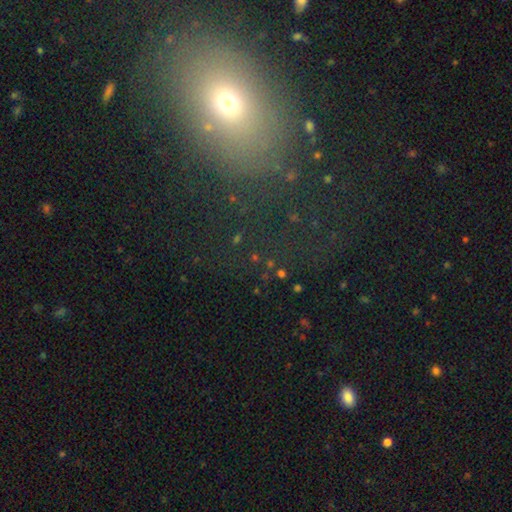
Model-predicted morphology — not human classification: A smooth galaxy with no disk features (40%, tied with star or artifact). Merging: none (63%).